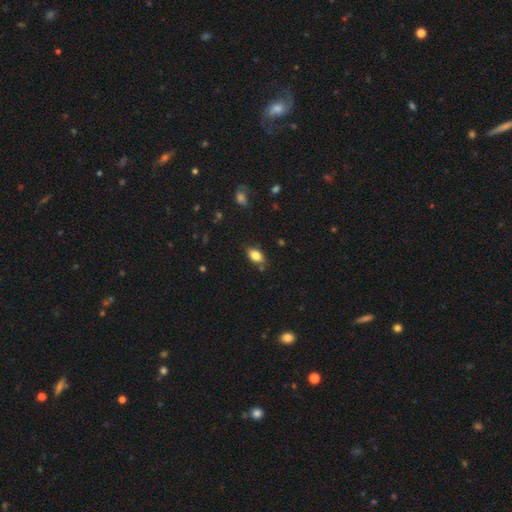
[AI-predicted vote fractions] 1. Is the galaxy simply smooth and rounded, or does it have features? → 83% smooth, 9% star or artifact, 9% featured or disk.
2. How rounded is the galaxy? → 88% in between, 9% round, 3% cigar-shaped.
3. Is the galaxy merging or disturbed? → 79% none, 15% minor disturbance, 3% merger, 3% major disturbance.